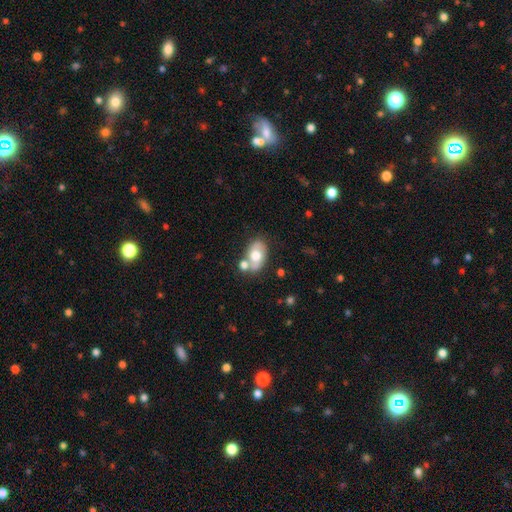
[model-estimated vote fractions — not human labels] The model was most divided on "smooth or featured": smooth: 55%, featured or disk: 38%, star or artifact: 7%. More confident: how rounded — in between (84%); merging — none (54%).